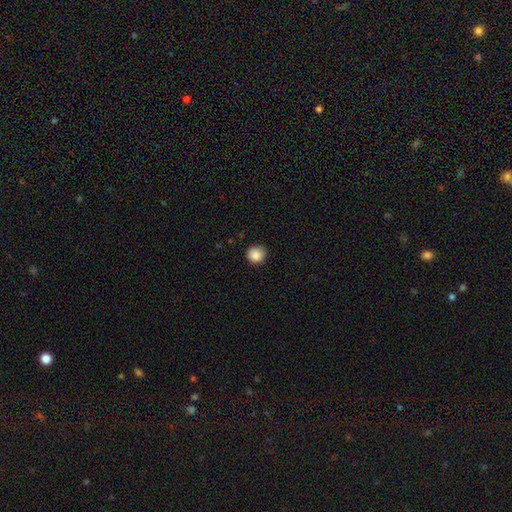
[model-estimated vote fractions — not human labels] Smooth or featured? smooth (87%)
How rounded? round (89%)
Merging? none (87%)